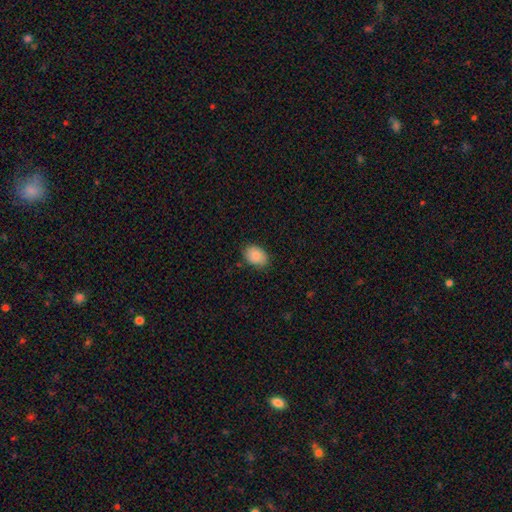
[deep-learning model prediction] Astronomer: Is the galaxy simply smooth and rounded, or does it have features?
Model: smooth — 89%.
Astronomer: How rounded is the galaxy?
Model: in between — 83%.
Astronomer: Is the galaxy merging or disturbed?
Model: none — 84%.